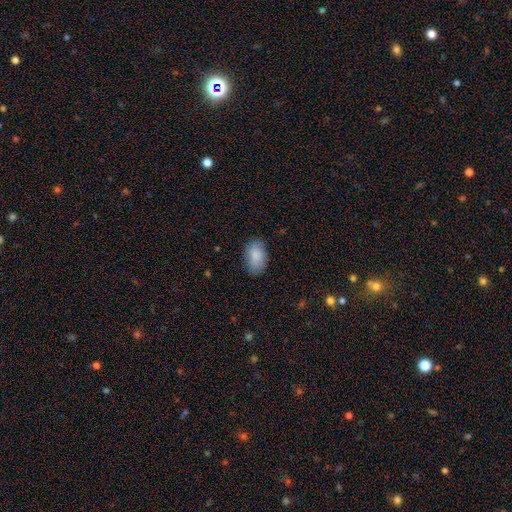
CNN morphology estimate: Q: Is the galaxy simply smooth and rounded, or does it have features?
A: smooth — 86%.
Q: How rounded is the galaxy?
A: in between — 91%.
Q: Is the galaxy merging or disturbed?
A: none — 82%.